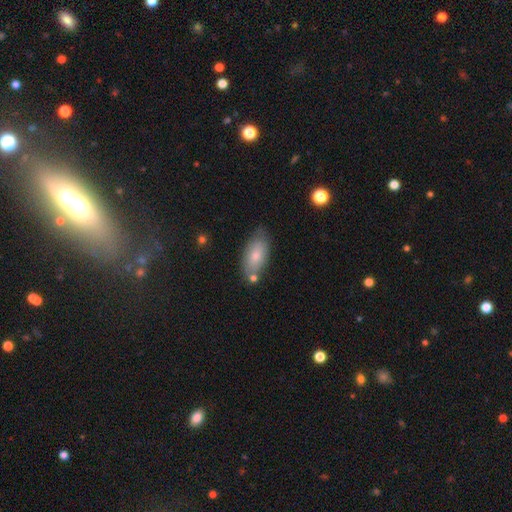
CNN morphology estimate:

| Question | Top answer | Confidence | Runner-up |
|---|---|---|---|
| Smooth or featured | smooth | 76% | featured or disk (18%) |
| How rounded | in between | 90% | cigar-shaped (7%) |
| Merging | none | 69% | minor disturbance (19%) |